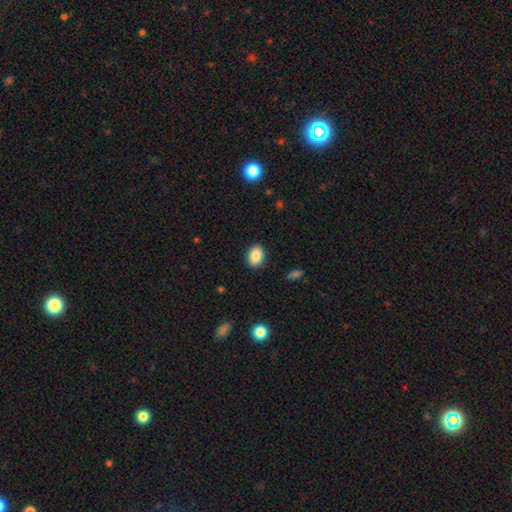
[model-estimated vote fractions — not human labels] Smooth or featured? smooth (86%)
How rounded? in between (77%)
Merging? none (88%)